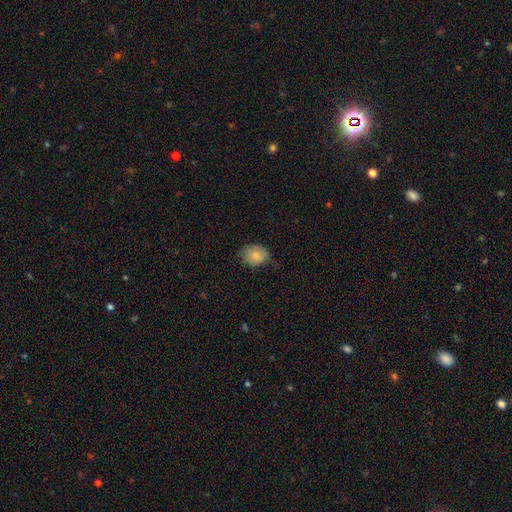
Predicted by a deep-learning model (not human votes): Overall: smooth (81%). How rounded: in between (52%; round 47%). Merging: none (62%; minor disturbance 30%).